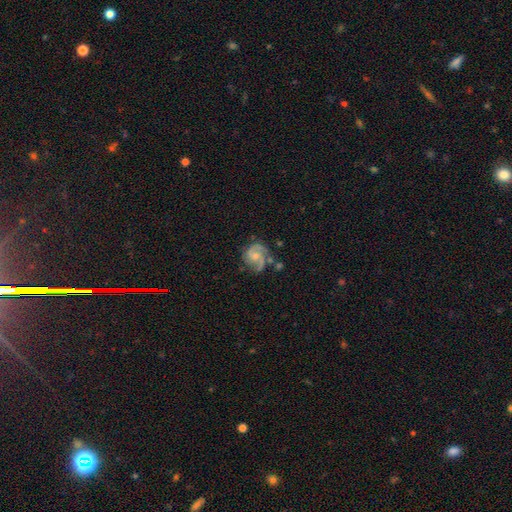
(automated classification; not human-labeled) The model was most divided on "bulge size": small: 54%, moderate: 36%, none: 7%, large: 2%, dominant: 1%. More confident: edge-on disk — no (98%); spiral arms — yes (97%); smooth or featured — featured or disk (84%); spiral arm count — 2 (65%); bar — no (64%); merging — none (60%); spiral winding — medium (53%).